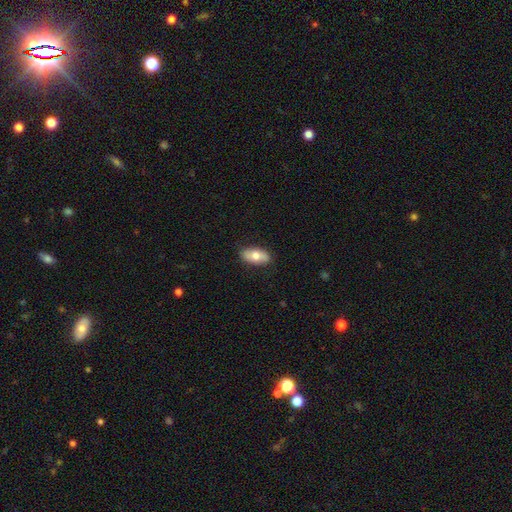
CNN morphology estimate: A smooth galaxy with no disk features (70%) that is in between round and cigar-shaped (91%).

Vote fractions:
- Smooth or featured? smooth: 70% / featured or disk: 24% / star or artifact: 6%
- How rounded? in between: 91% / cigar-shaped: 5% / round: 4%
- Merging? none: 86% / minor disturbance: 11% / major disturbance: 2% / merger: 1%